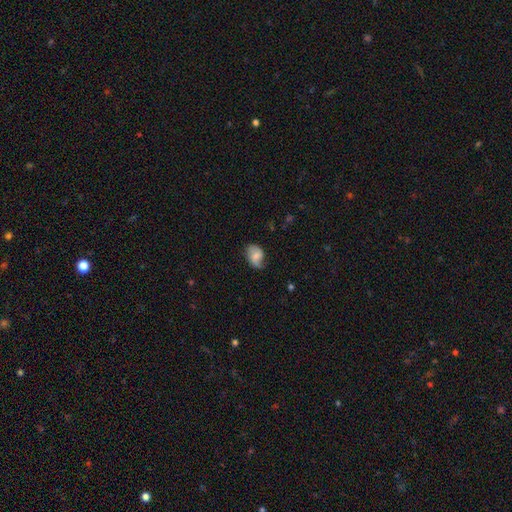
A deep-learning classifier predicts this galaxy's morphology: This is possibly a smooth galaxy (49%). Merging: possibly none (59%).